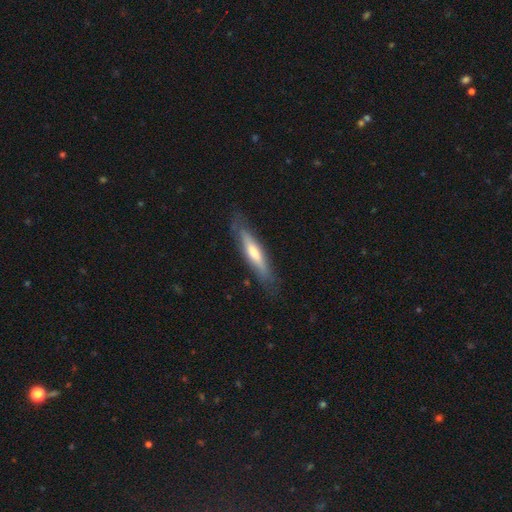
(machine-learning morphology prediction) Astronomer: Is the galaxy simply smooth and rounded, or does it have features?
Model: featured or disk — 47%, tied with smooth at 47%.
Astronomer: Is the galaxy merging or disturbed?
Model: none — 81%.